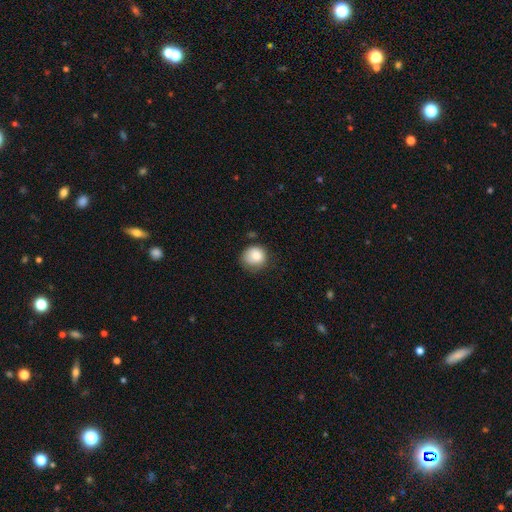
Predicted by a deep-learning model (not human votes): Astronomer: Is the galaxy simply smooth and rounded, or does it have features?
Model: smooth — 84%.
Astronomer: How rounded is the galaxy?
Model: round — 84%.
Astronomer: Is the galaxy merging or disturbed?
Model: none — 63%.